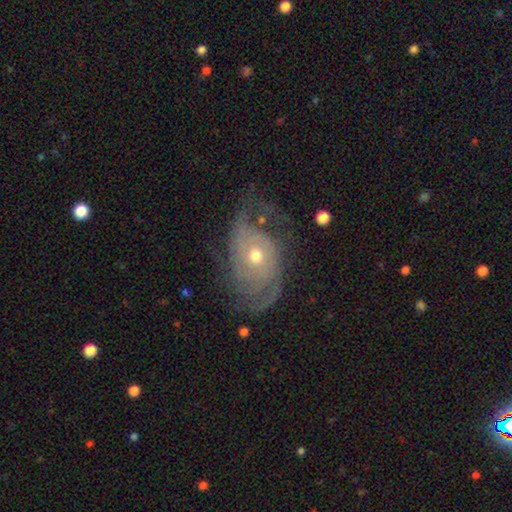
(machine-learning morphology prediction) This appears to be a featured or disk galaxy (81%) with no bar (80%), 2 (43%) tight (44%) spiral arms (89%) and a moderate central bulge (61%). Merging: none (57%).